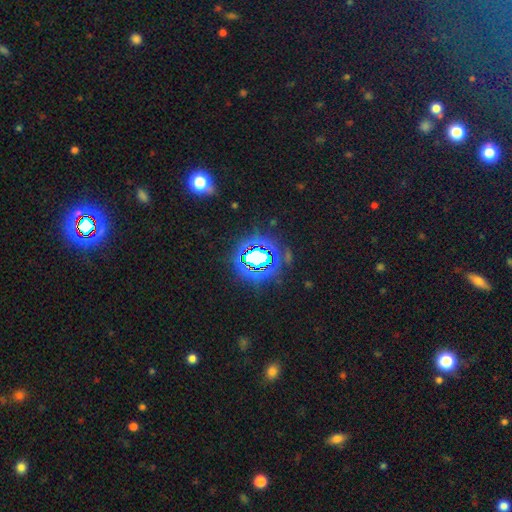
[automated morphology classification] Q: Smooth or featured?
A: star or artifact (78%); runner-up: smooth (14%)